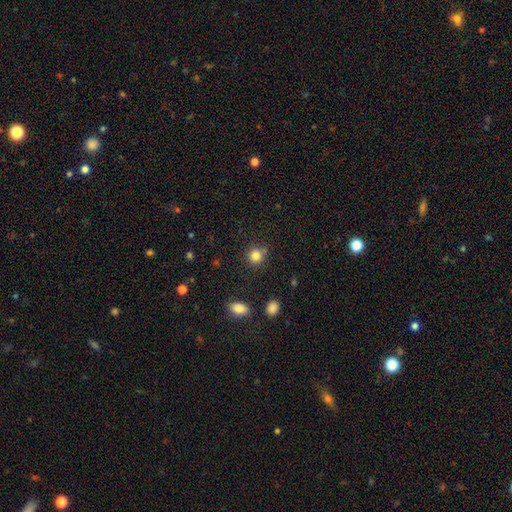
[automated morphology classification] Smooth or featured: smooth — 82% (star or artifact — 12%)
How rounded: round — 90% (in between — 9%)
Merging: none — 76% (minor disturbance — 11%)